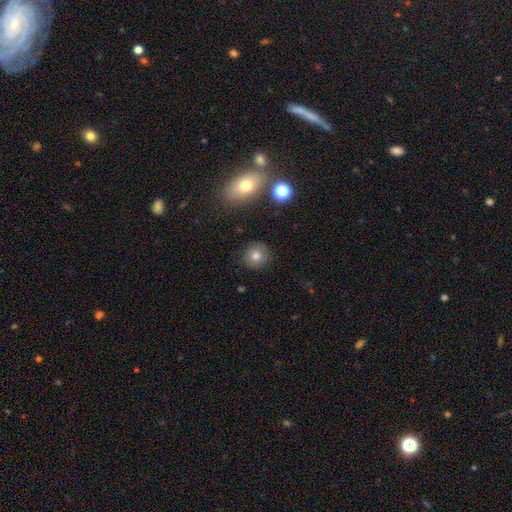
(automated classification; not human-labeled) Overall: smooth (76%). How rounded: round (90%). Merging: none (87%).